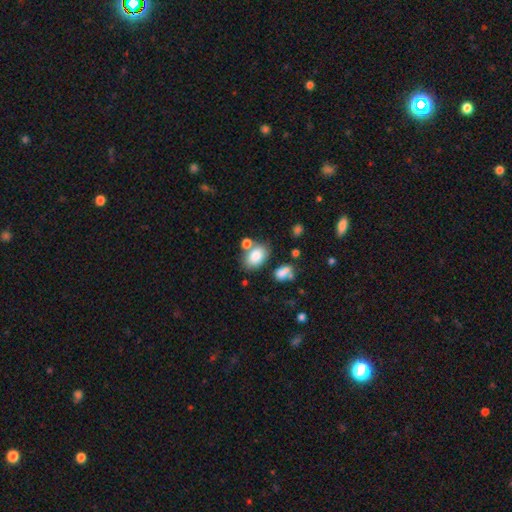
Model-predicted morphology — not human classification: Smooth or featured?
  - smooth: 82% *
  - star or artifact: 9%
  - featured or disk: 9%
How rounded?
  - in between: 81% *
  - round: 17%
  - cigar-shaped: 1%
Merging?
  - none: 61% *
  - merger: 20%
  - minor disturbance: 14%
  - major disturbance: 5%